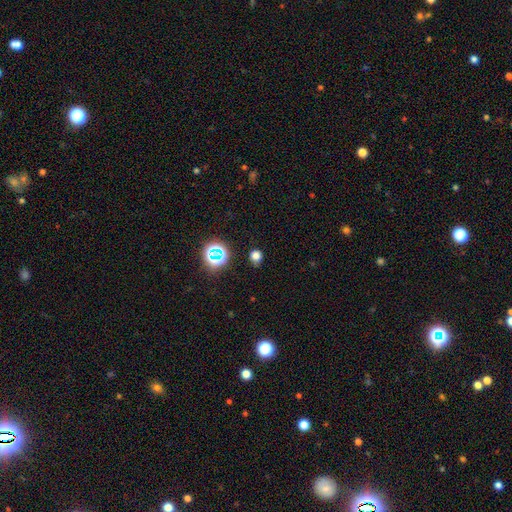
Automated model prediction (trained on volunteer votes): This appears to be a smooth galaxy with no disk features (69%) that is round (81%). Merging: none (81%).